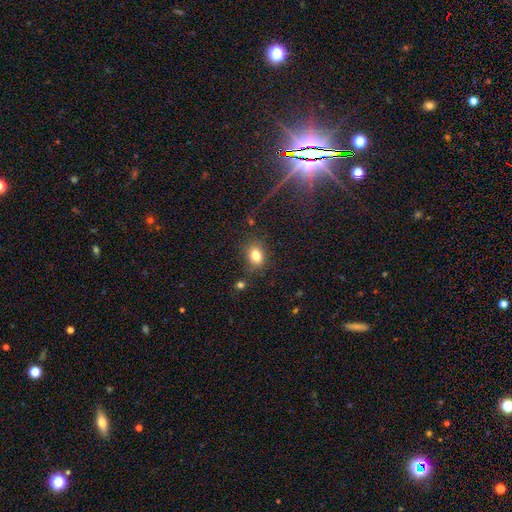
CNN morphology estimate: A smooth galaxy with no disk features (80%) that is in between round and cigar-shaped (57%).

Vote fractions:
- Smooth or featured? smooth: 80% / star or artifact: 12% / featured or disk: 8%
- How rounded? in between: 57% / round: 42% / cigar-shaped: 1%
- Merging? none: 77% / minor disturbance: 15% / major disturbance: 5% / merger: 3%